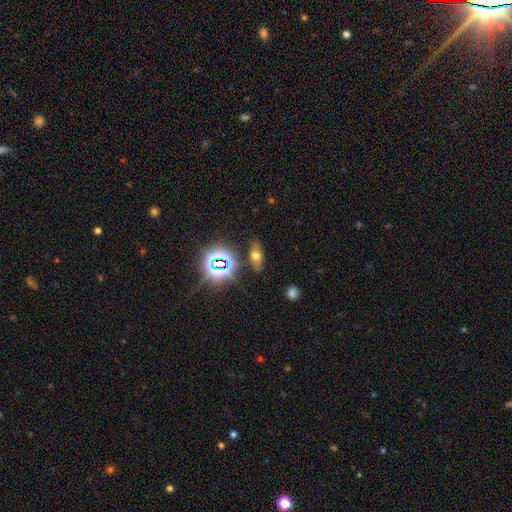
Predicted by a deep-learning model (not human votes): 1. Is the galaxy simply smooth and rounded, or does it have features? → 54% smooth, 28% star or artifact, 18% featured or disk.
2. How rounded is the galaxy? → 76% in between, 13% cigar-shaped, 11% round.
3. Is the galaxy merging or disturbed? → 81% none, 12% minor disturbance, 4% major disturbance, 3% merger.